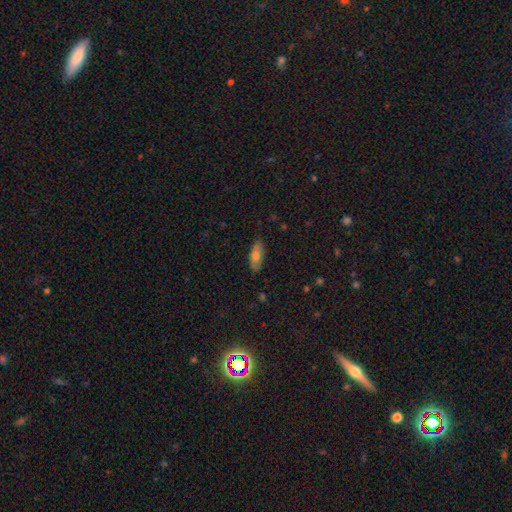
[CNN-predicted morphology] Smooth or featured: smooth — 73% (featured or disk — 20%)
How rounded: in between — 73% (cigar-shaped — 25%)
Merging: none — 82% (minor disturbance — 14%)